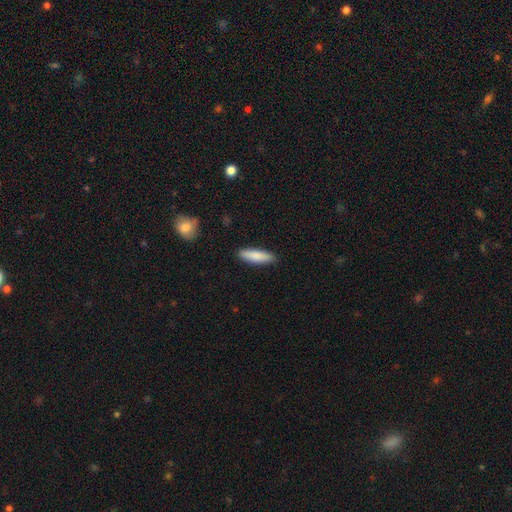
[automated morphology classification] Smooth or featured?
  - smooth: 84% *
  - featured or disk: 10%
  - star or artifact: 6%
How rounded?
  - cigar-shaped: 65% *
  - in between: 34%
  - round: 2%
Merging?
  - none: 89% *
  - minor disturbance: 8%
  - major disturbance: 2%
  - merger: 1%